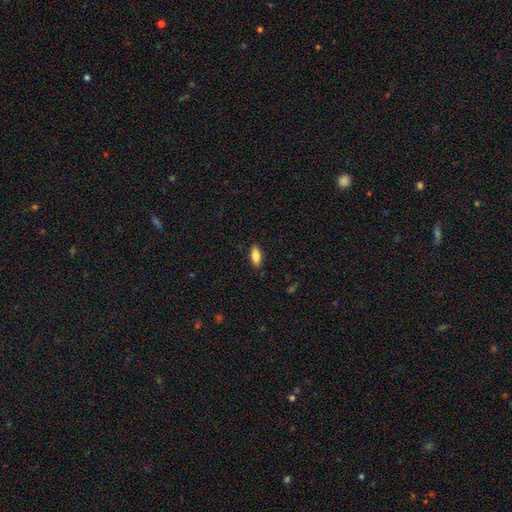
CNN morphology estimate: Smooth or featured? smooth (79%)
How rounded? in between (77%)
Merging? none (88%)